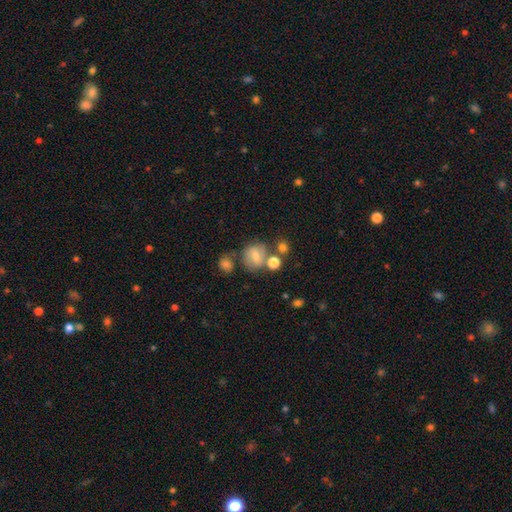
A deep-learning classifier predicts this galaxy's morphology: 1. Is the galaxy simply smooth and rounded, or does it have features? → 55% smooth, 30% featured or disk, 14% star or artifact.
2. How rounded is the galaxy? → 73% round, 26% in between, 1% cigar-shaped.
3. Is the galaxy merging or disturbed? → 58% none, 20% merger, 16% minor disturbance, 7% major disturbance.